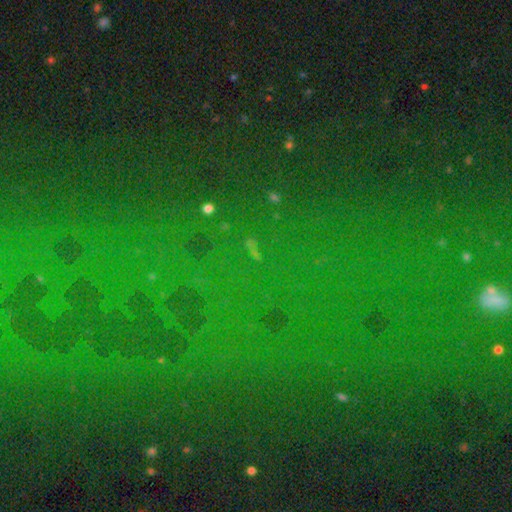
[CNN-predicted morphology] Smooth or featured? star or artifact (79%)